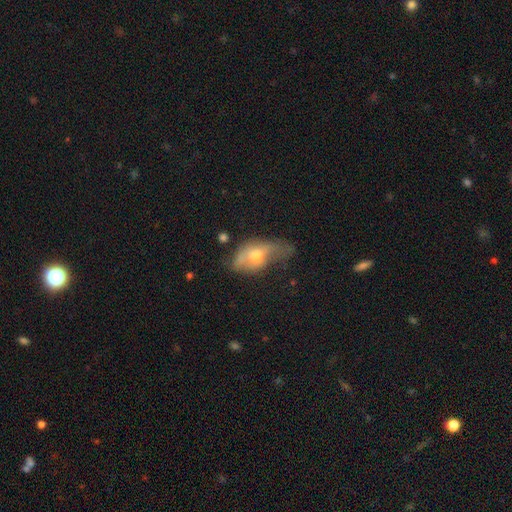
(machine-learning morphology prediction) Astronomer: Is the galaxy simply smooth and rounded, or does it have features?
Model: smooth — 46% (runner-up: featured or disk, 44%).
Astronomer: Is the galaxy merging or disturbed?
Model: major disturbance — 35% (runner-up: minor disturbance, 34%).